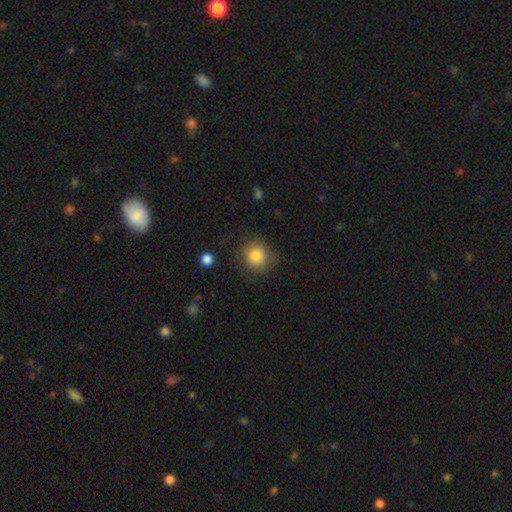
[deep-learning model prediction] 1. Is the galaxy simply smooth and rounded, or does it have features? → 85% smooth, 9% star or artifact, 6% featured or disk.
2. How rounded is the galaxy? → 88% round, 11% in between, 1% cigar-shaped.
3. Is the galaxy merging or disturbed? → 77% none, 16% minor disturbance, 5% major disturbance, 2% merger.